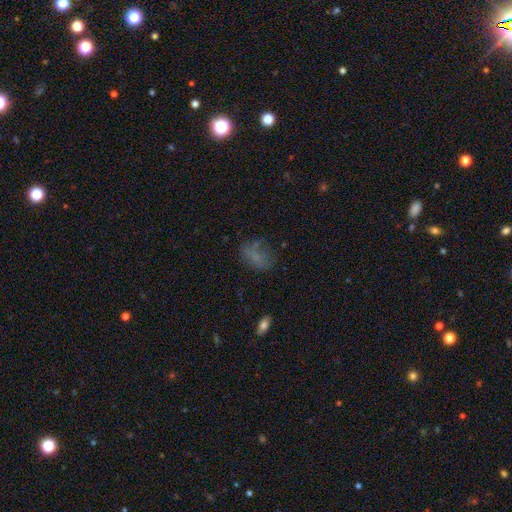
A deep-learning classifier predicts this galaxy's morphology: This is likely a smooth galaxy (63%). How rounded: clearly in between (81%). Merging: possibly none (54%).